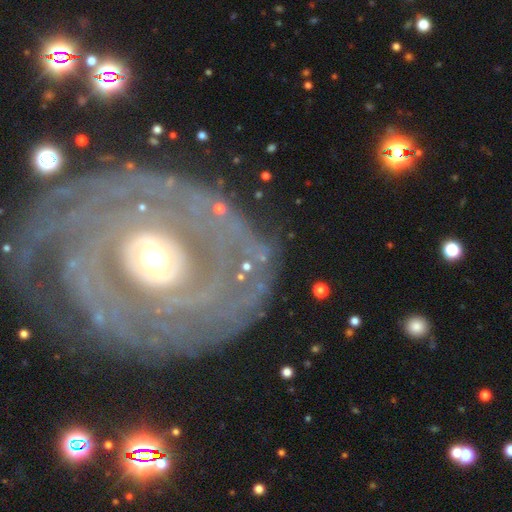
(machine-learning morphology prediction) Smooth or featured: featured or disk — 86% (smooth — 9%)
Edge-on disk: no — 97% (yes — 3%)
Bar: no — 73% (weak — 17%)
Spiral arms: yes — 82% (no — 18%)
Spiral winding: tight — 79% (medium — 15%)
Spiral arm count: can't tell — 32% (2 — 22%)
Bulge size: moderate — 66% (small — 17%)
Merging: none — 76% (minor disturbance — 13%)